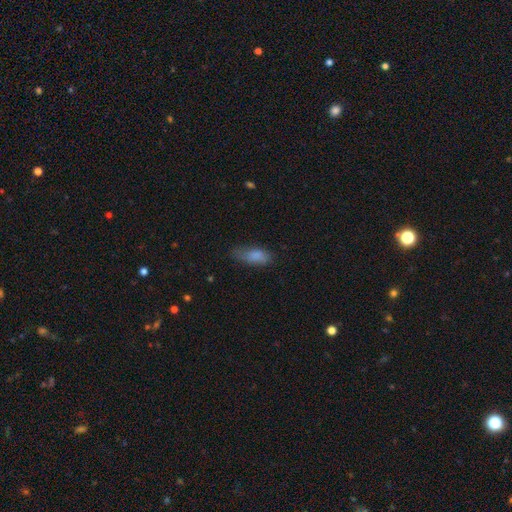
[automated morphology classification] This appears to be a smooth galaxy with no disk features (82%) that is in between round and cigar-shaped (79%). Merging: none (57%).